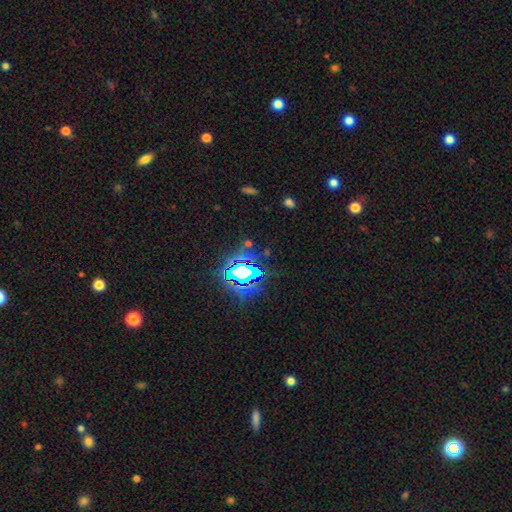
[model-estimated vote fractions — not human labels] Smooth or featured? Predicted: star or artifact (p=0.82).